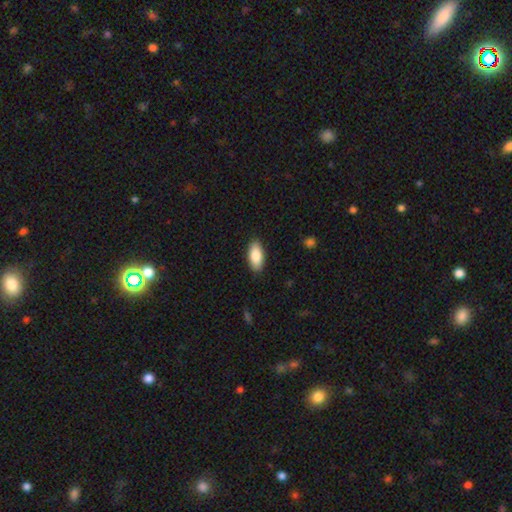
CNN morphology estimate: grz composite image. It shows a smooth galaxy with no disk features (85%) that is in between round and cigar-shaped (88%). Merging: none (89%).